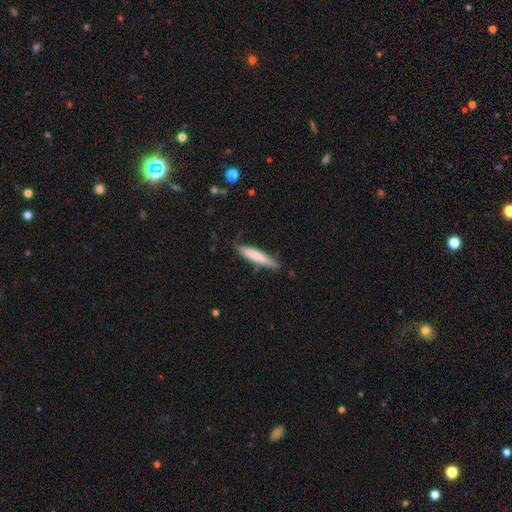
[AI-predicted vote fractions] Smooth or featured? smooth (73%)
How rounded? cigar-shaped (88%)
Merging? none (72%)